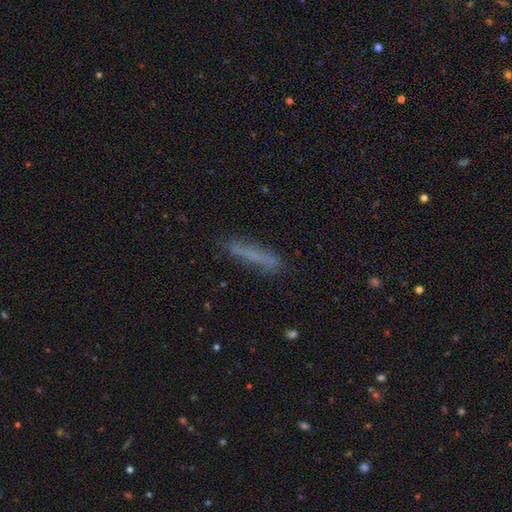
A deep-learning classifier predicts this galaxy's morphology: Smooth or featured? smooth (62%)
How rounded? cigar-shaped (89%)
Merging? none (78%)